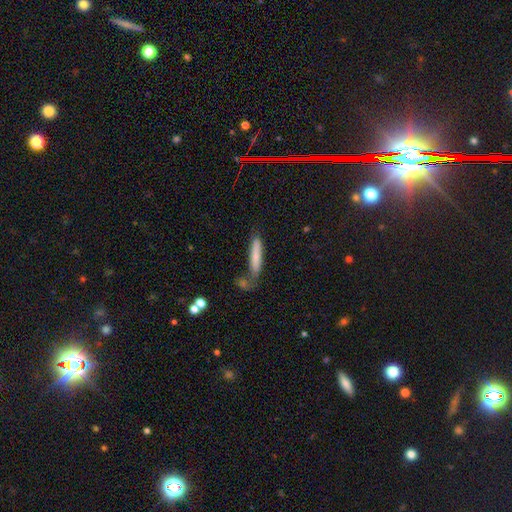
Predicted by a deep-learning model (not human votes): The model was most divided on "merging": none: 61%, minor disturbance: 18%, merger: 14%, major disturbance: 7%. More confident: how rounded — cigar-shaped (90%); smooth or featured — smooth (73%).